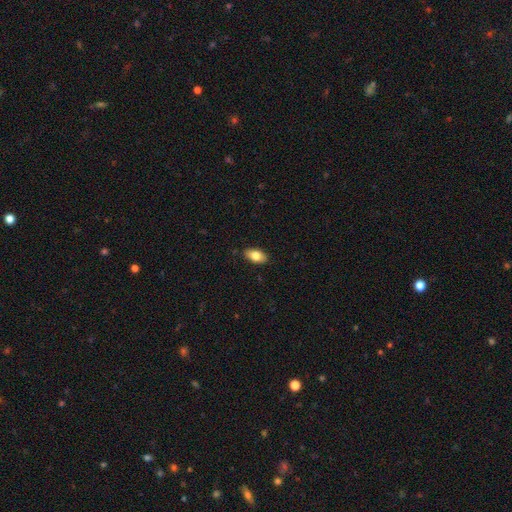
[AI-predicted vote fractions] Smooth or featured: smooth — 81% (featured or disk — 12%)
How rounded: in between — 92% (round — 4%)
Merging: none — 88% (minor disturbance — 10%)